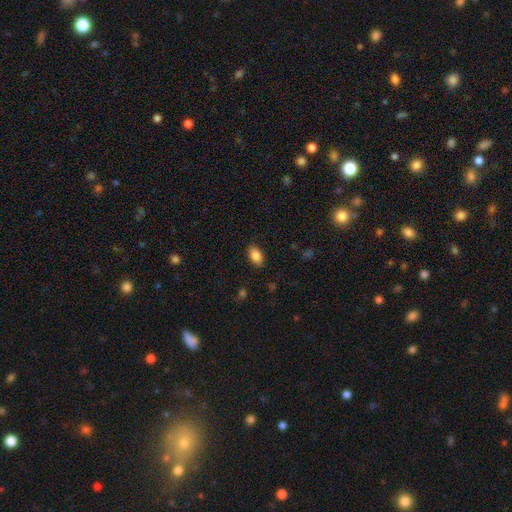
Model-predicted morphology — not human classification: Smooth or featured? Predicted: smooth (p=0.86). How rounded? Predicted: in between (p=0.91). Merging? Predicted: none (p=0.87).